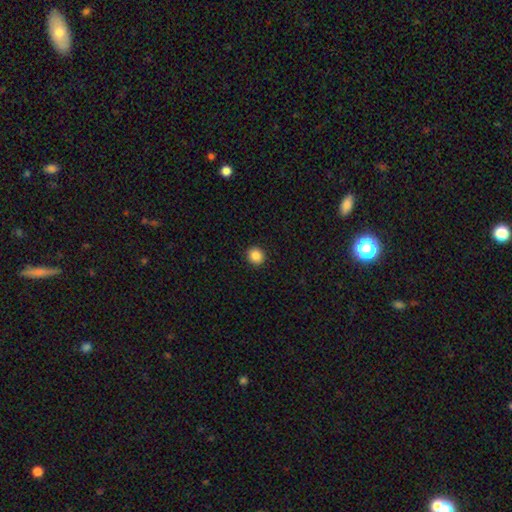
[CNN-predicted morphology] Overall: smooth (87%). How rounded: round (89%). Merging: none (93%).